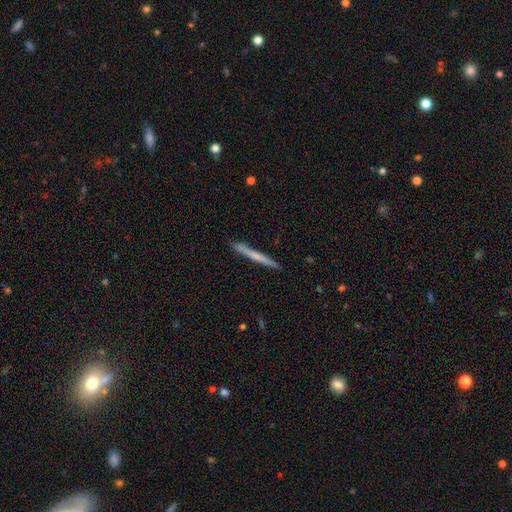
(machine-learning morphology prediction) This is possibly a smooth galaxy (50%). How rounded: clearly cigar-shaped (97%). Merging: clearly none (89%).